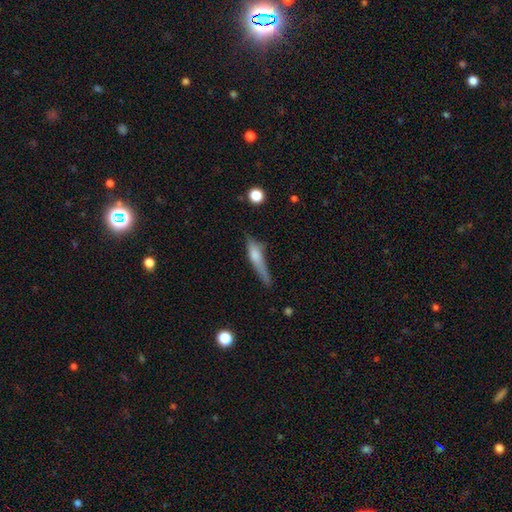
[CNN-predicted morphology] Q: Smooth or featured?
A: smooth (60%); runner-up: featured or disk (32%)
Q: How rounded?
A: cigar-shaped (77%); runner-up: in between (19%)
Q: Merging?
A: none (44%); runner-up: minor disturbance (34%)